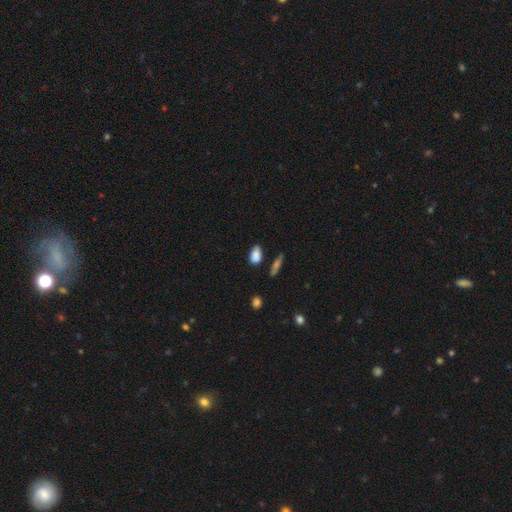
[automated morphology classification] This is clearly a smooth galaxy (84%). How rounded: clearly in between (87%). Merging: likely none (65%).